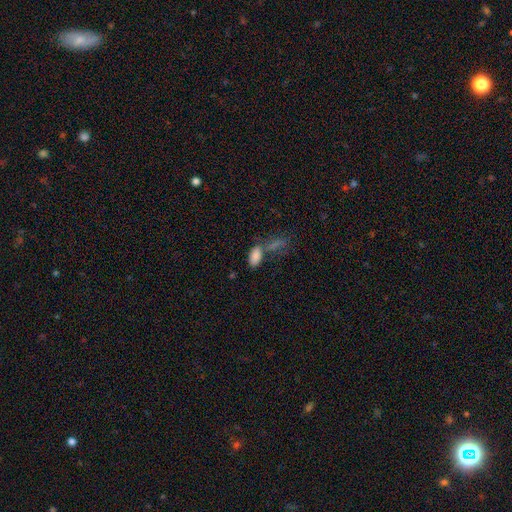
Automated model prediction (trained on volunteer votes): Morphology: type=smooth (84%); roundness=in between (92%); merging=none (44%).